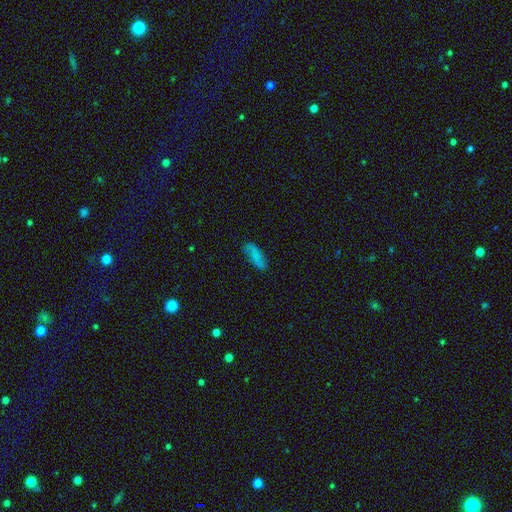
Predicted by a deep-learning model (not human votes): Overall: smooth (70%). How rounded: in between (71%). Merging: none (74%).